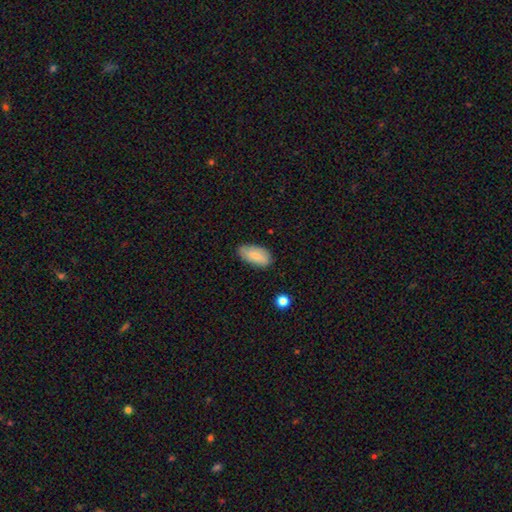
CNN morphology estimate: smooth 80%, featured or disk 13%, star or artifact 6%. Down the decision tree: how rounded — in between (92%); merging — none (79%).